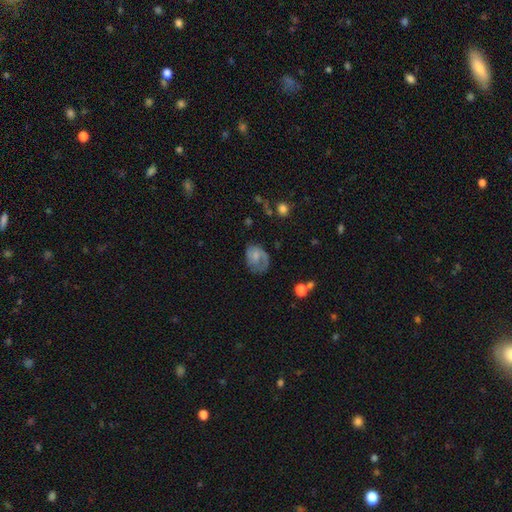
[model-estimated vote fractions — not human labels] A featured or disk galaxy (46%). Merging: none (47%).